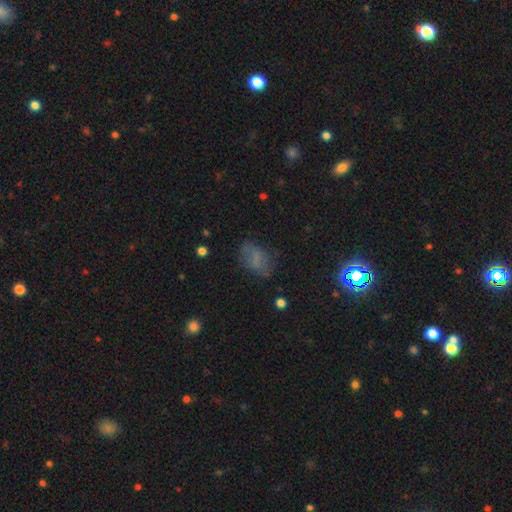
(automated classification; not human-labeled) This is possibly a smooth galaxy (55%). How rounded: clearly in between (84%). Merging: likely none (65%).